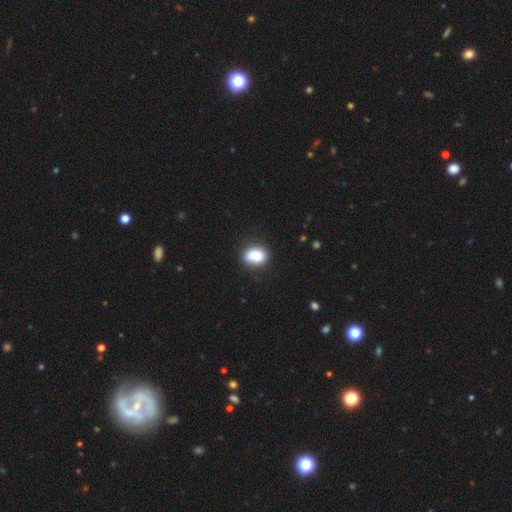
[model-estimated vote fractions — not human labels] This appears to be a smooth galaxy with no disk features (84%) that is in between round and cigar-shaped (66%). Merging: none (78%).